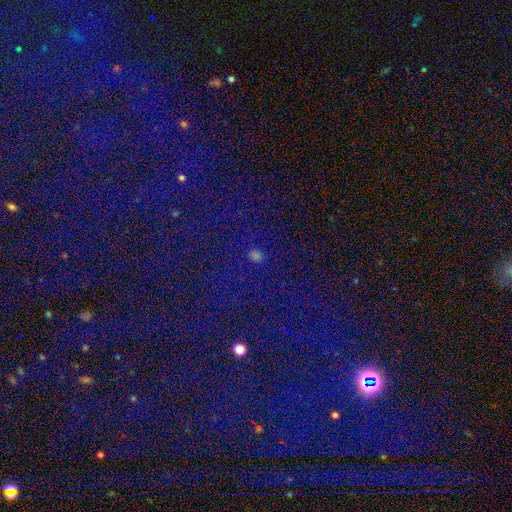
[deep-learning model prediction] This appears to be a star or artifact, not a galaxy (47%).